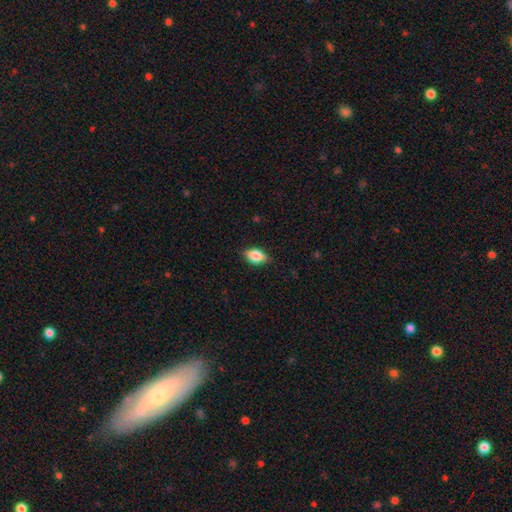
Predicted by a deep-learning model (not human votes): A smooth galaxy with no disk features (81%) that is in between round and cigar-shaped (87%).

Vote fractions:
- Smooth or featured? smooth: 81% / featured or disk: 11% / star or artifact: 8%
- How rounded? in between: 87% / round: 9% / cigar-shaped: 4%
- Merging? none: 81% / minor disturbance: 15% / major disturbance: 3% / merger: 1%